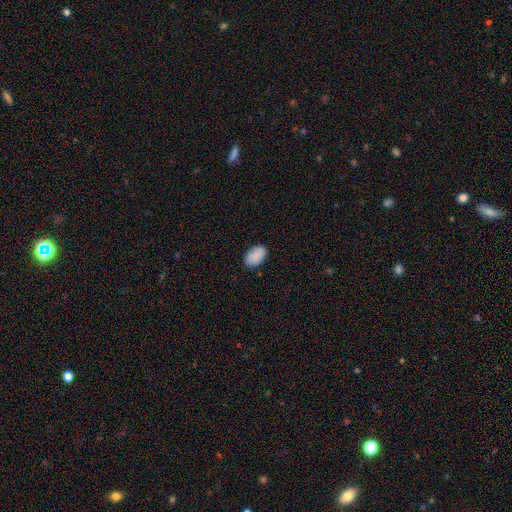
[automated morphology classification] The model was most divided on "merging": none: 85%, minor disturbance: 12%, major disturbance: 2%, merger: 1%. More confident: how rounded — in between (91%); smooth or featured — smooth (89%).